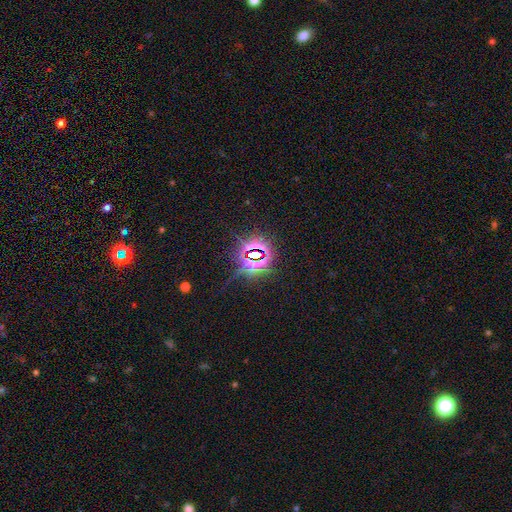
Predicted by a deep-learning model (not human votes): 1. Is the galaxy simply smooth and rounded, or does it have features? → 82% star or artifact, 10% smooth, 8% featured or disk.